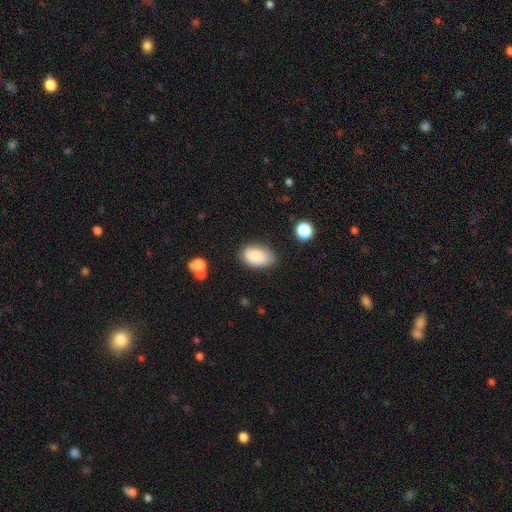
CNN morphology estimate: A smooth galaxy with no disk features (79%) that is in between round and cigar-shaped (90%). Merging: none (71%).